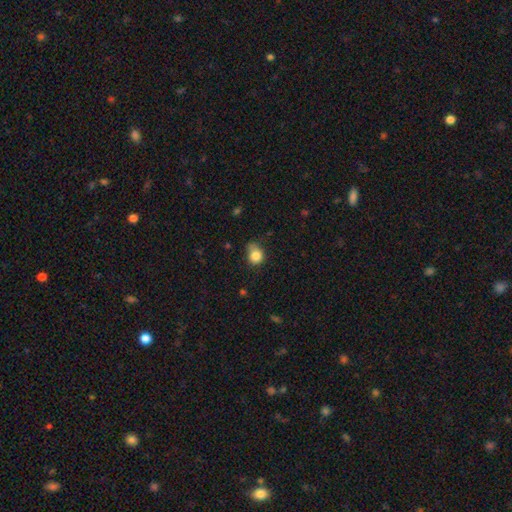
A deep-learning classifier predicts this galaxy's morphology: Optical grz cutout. It shows a smooth galaxy with no disk features (83%) that is round (65%). Merging: none (44%).